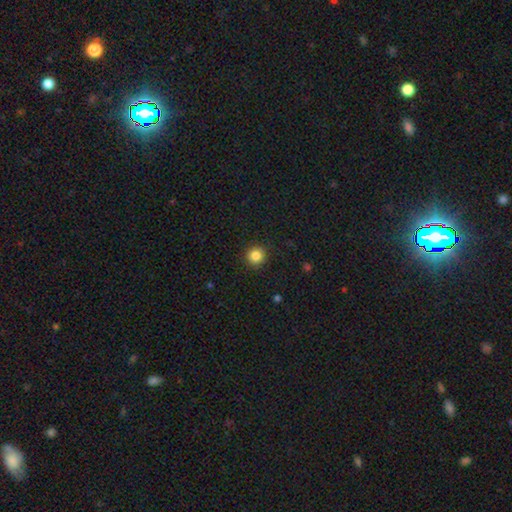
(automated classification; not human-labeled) Overall: smooth (85%). How rounded: round (95%). Merging: none (92%).